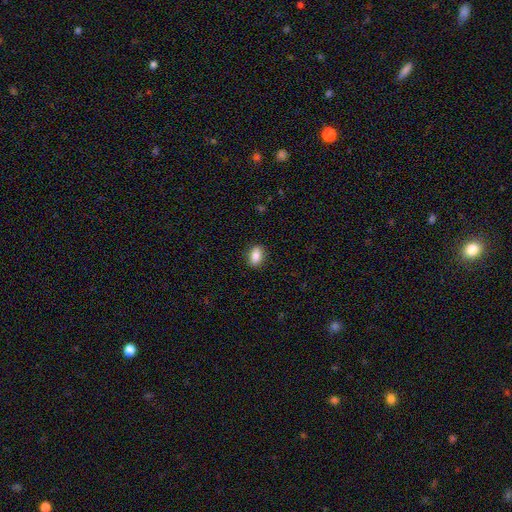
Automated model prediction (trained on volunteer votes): Overall: smooth (85%). How rounded: in between (83%). Merging: none (87%).